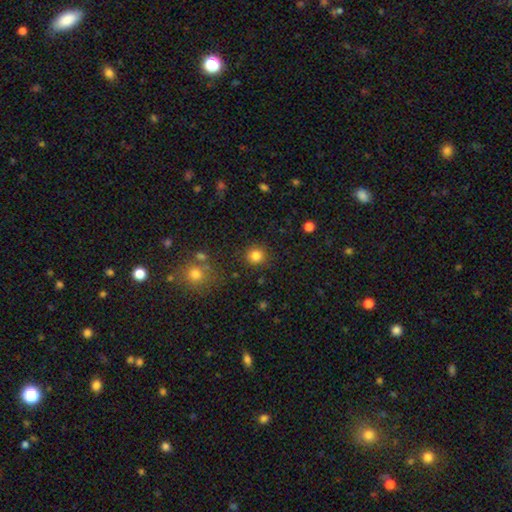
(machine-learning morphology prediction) Smooth or featured: smooth — 83% (star or artifact — 12%)
How rounded: round — 91% (in between — 8%)
Merging: none — 88% (minor disturbance — 7%)